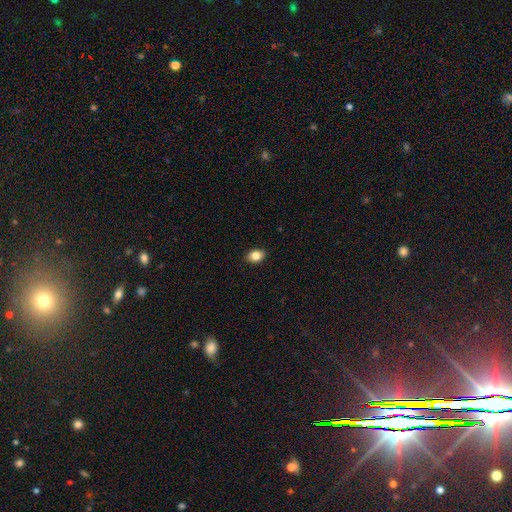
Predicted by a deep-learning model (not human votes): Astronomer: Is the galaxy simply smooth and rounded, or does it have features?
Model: smooth — 84%.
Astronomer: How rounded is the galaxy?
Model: in between — 75%.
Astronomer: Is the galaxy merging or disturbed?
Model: none — 89%.